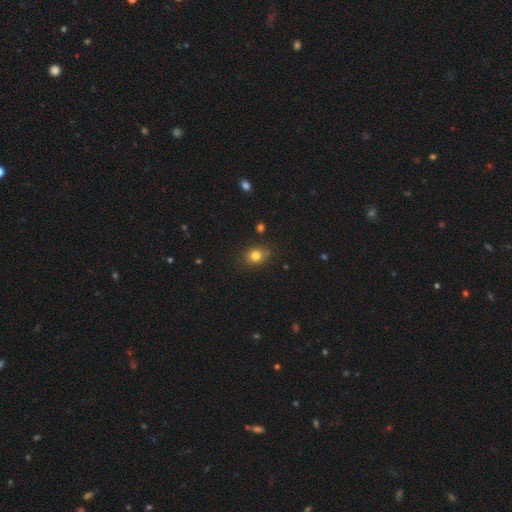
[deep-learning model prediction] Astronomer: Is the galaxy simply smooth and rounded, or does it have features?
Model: smooth — 80%.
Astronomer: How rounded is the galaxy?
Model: round — 62% (runner-up: in between, 37%).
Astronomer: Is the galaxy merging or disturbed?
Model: none — 82%.